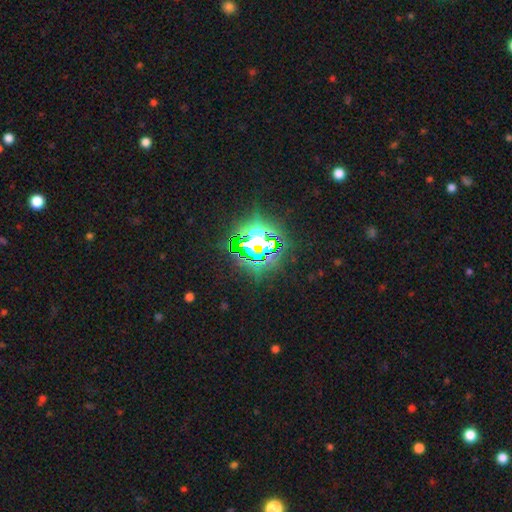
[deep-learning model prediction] Smooth or featured?
  - star or artifact: 79% *
  - smooth: 11%
  - featured or disk: 10%